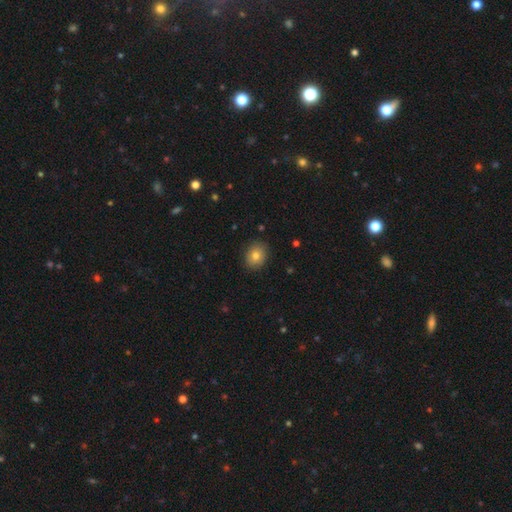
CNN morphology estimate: Q: Smooth or featured?
A: smooth (79%); runner-up: featured or disk (11%)
Q: How rounded?
A: round (53%); runner-up: in between (46%)
Q: Merging?
A: none (87%); runner-up: minor disturbance (9%)